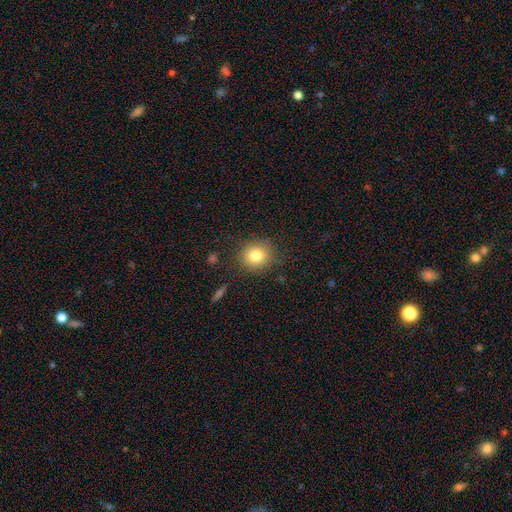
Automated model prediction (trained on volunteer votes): Overall: smooth (80%). How rounded: round (84%). Merging: none (84%).